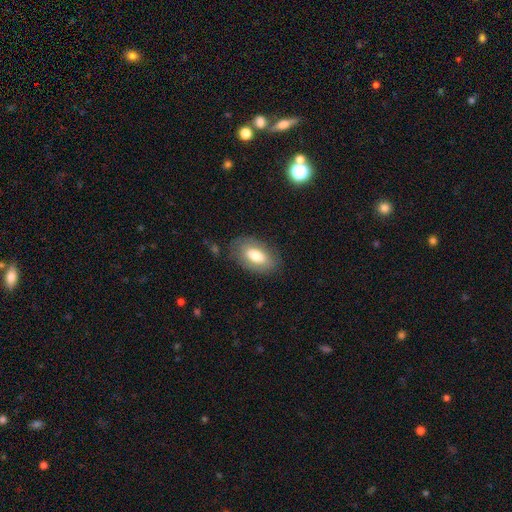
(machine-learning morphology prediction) Smooth or featured? Predicted: smooth (p=0.69). How rounded? Predicted: in between (p=0.93). Merging? Predicted: none (p=0.79).